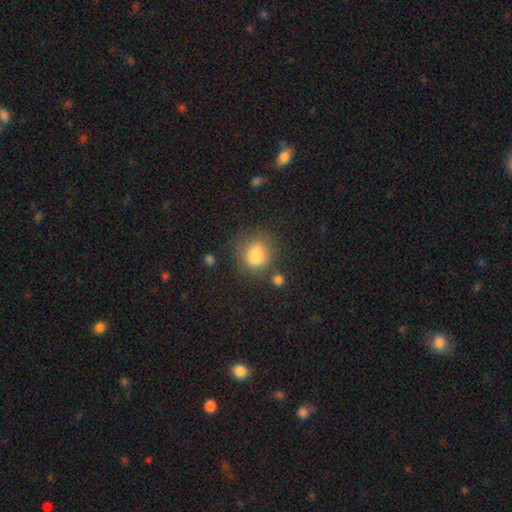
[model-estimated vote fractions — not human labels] The model was most divided on "how rounded": round: 70%, in between: 29%, cigar-shaped: 1%. More confident: smooth or featured — smooth (81%); merging — none (66%).